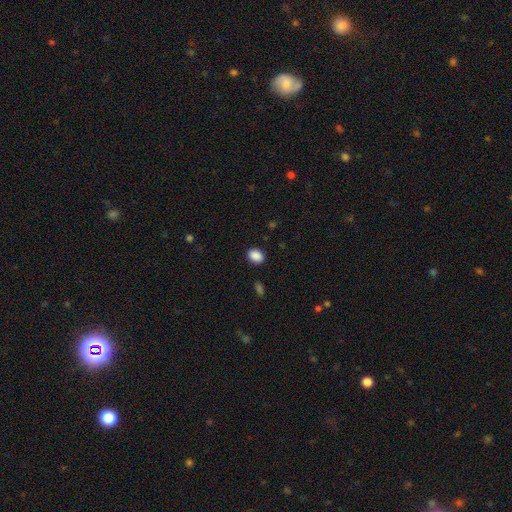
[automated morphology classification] A smooth galaxy with no disk features (89%) that is in between round and cigar-shaped (62%). Merging: none (88%).